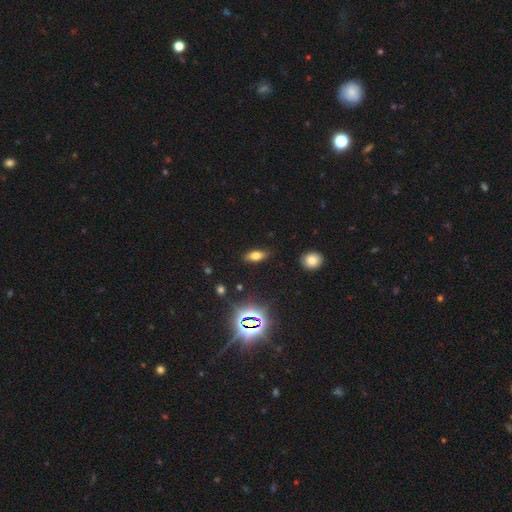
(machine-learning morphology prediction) Overall: smooth (66%). How rounded: in between (79%). Merging: none (84%).